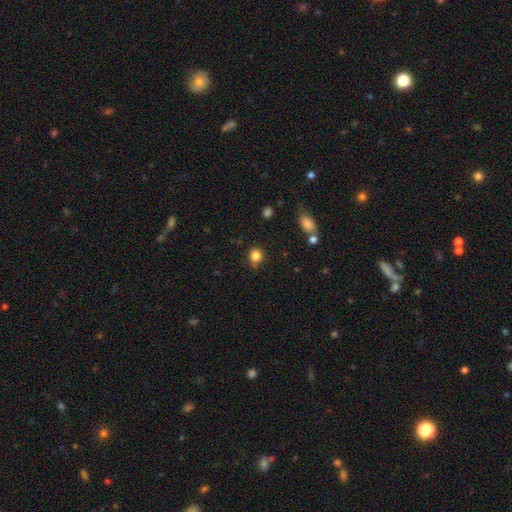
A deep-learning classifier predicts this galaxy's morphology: Smooth or featured?
  - smooth: 84% *
  - star or artifact: 11%
  - featured or disk: 5%
How rounded?
  - round: 81% *
  - in between: 18%
  - cigar-shaped: 1%
Merging?
  - none: 74% *
  - minor disturbance: 17%
  - merger: 5%
  - major disturbance: 4%